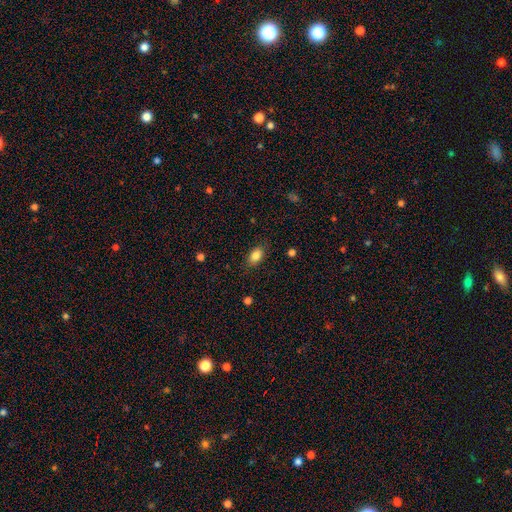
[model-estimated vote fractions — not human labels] Smooth or featured? smooth (85%)
How rounded? in between (88%)
Merging? none (84%)